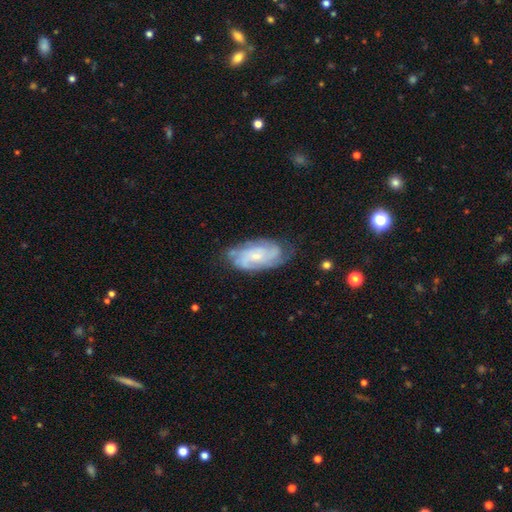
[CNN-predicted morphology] Overall: featured or disk (77%). Edge-on disk: no (95%). Bar: no (68%). Spiral arms: yes (93%). Spiral arm count: can't tell (33%; 2 24%). Spiral winding: tight (57%; medium 34%). Bulge size: small (67%). Merging: none (69%).